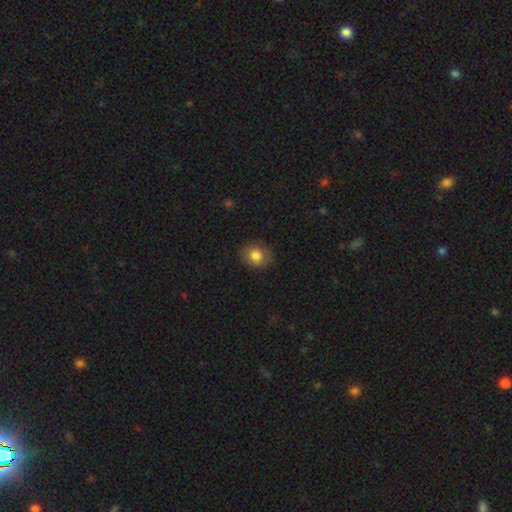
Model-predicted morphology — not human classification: Overall: smooth (81%). How rounded: round (61%; in between 38%). Merging: none (83%).